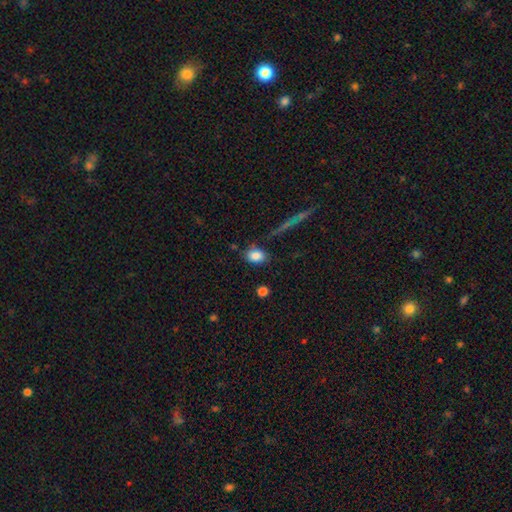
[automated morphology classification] Smooth or featured?
  - smooth: 84% *
  - star or artifact: 9%
  - featured or disk: 8%
How rounded?
  - in between: 71% *
  - round: 27%
  - cigar-shaped: 2%
Merging?
  - none: 75% *
  - minor disturbance: 16%
  - merger: 5%
  - major disturbance: 5%